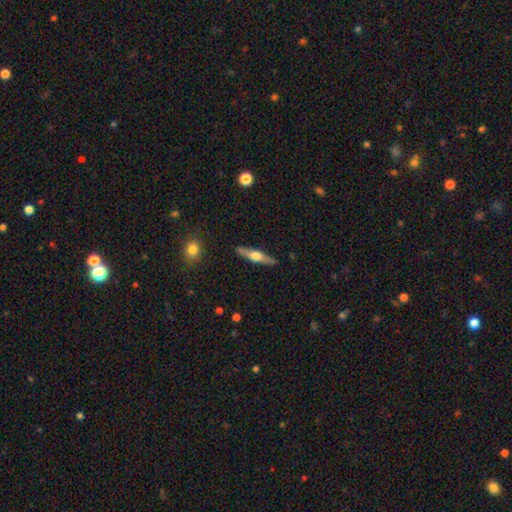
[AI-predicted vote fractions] Overall: featured or disk (62%; smooth 33%). Edge-on disk: yes (95%). Edge-on bulge: rounded (90%). Merging: none (88%).